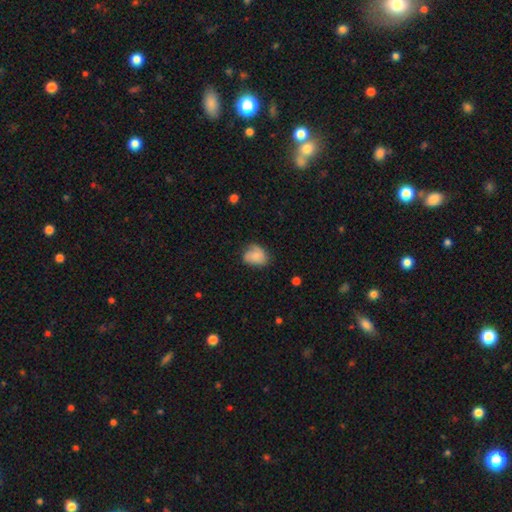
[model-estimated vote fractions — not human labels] This is likely a smooth galaxy (74%). How rounded: possibly in between (59%). Merging: possibly none (54%).